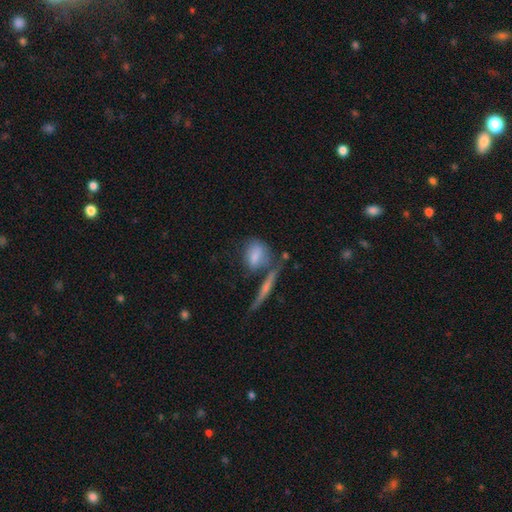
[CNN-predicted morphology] Smooth or featured? smooth (74%)
How rounded? in between (61%)
Merging? none (48%)